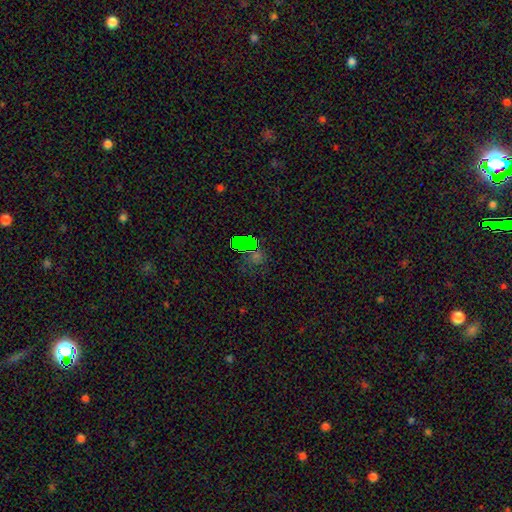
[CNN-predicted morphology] star or artifact 70%, smooth 21%, featured or disk 10%.